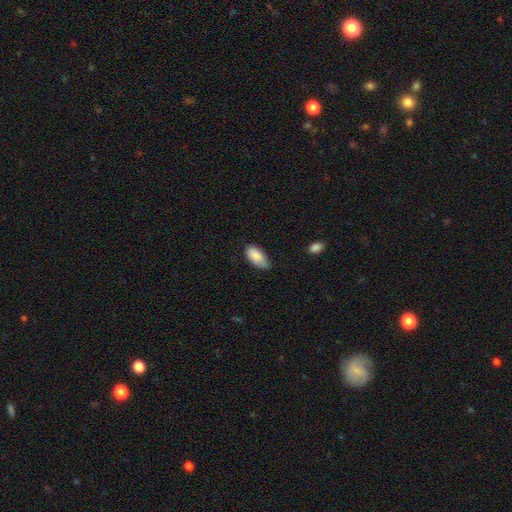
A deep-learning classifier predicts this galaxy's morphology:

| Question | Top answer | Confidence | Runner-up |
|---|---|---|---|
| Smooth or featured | smooth | 86% | featured or disk (7%) |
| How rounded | in between | 93% | cigar-shaped (5%) |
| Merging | none | 59% | minor disturbance (34%) |